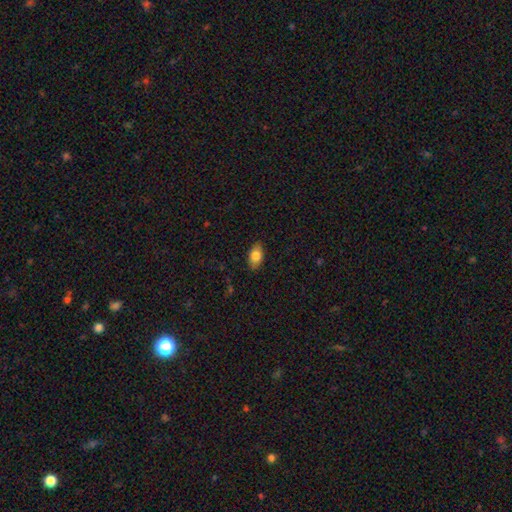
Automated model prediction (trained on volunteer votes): Smooth or featured? Predicted: smooth (p=0.80). How rounded? Predicted: in between (p=0.90). Merging? Predicted: none (p=0.87).